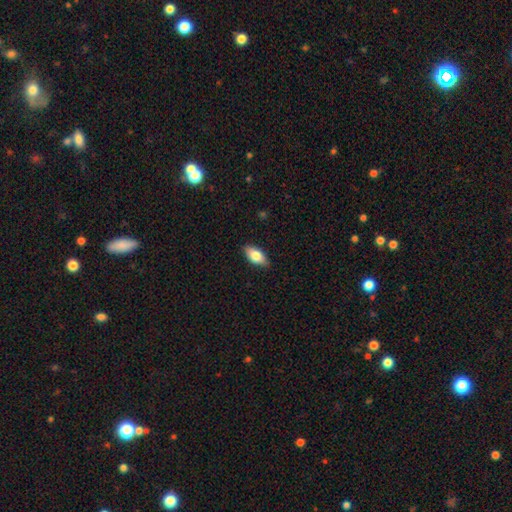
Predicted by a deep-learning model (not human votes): Smooth or featured?
  - smooth: 77% *
  - featured or disk: 16%
  - star or artifact: 7%
How rounded?
  - in between: 89% *
  - cigar-shaped: 7%
  - round: 3%
Merging?
  - none: 87% *
  - minor disturbance: 10%
  - major disturbance: 2%
  - merger: 1%